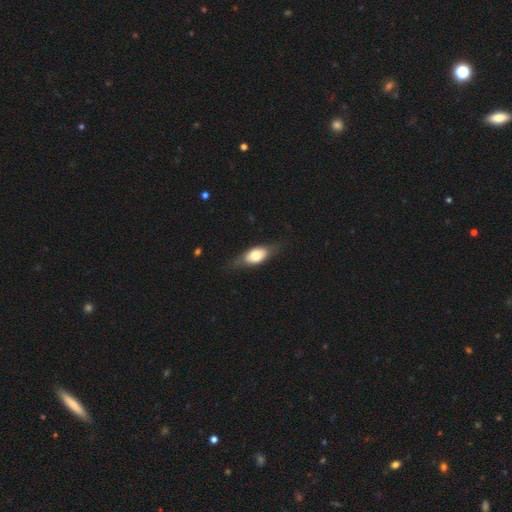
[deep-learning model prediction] Smooth or featured? smooth (60%)
How rounded? in between (78%)
Merging? none (70%)